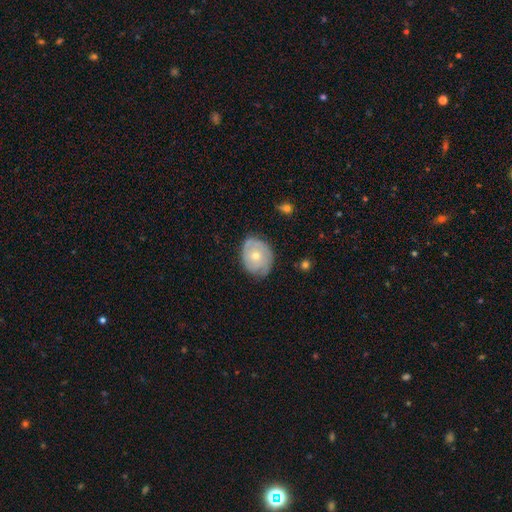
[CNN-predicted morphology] A featured or disk galaxy (50%).

Vote fractions:
- Smooth or featured? featured or disk: 50% / smooth: 43% / star or artifact: 7%
- Edge-on disk? no: 95% / yes: 5%
- Merging? none: 69% / minor disturbance: 24% / major disturbance: 6% / merger: 1%